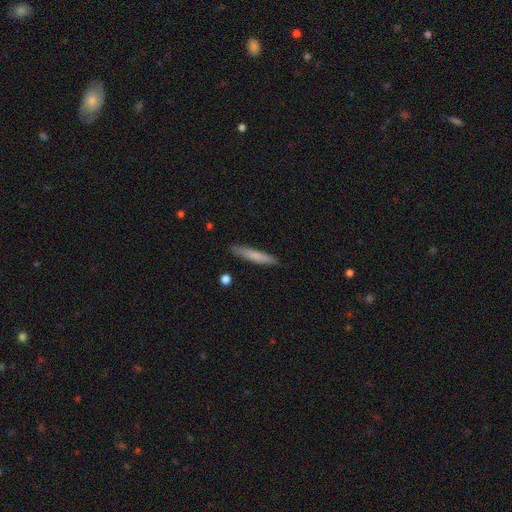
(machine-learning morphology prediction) smooth 72%, featured or disk 22%, star or artifact 6%. Down the decision tree: how rounded — cigar-shaped (92%); merging — none (88%).